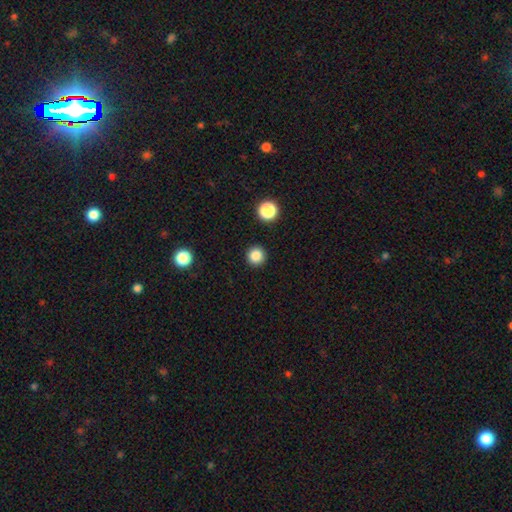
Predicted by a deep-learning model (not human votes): smooth 85%, star or artifact 12%, featured or disk 4%. Down the decision tree: how rounded — round (95%); merging — none (92%).